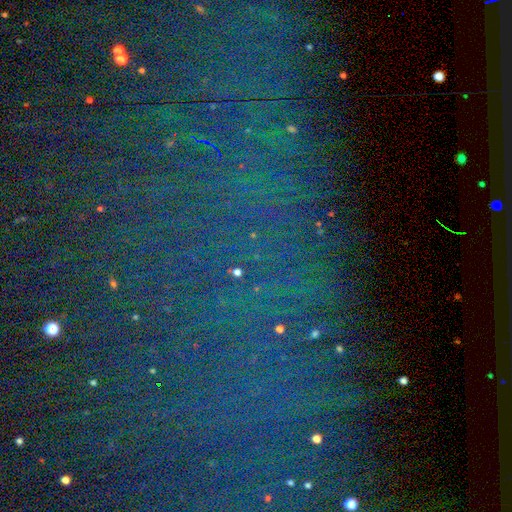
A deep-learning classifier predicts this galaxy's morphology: smooth_or_featured: star or artifact (p=0.80) [alt: smooth p=0.11]